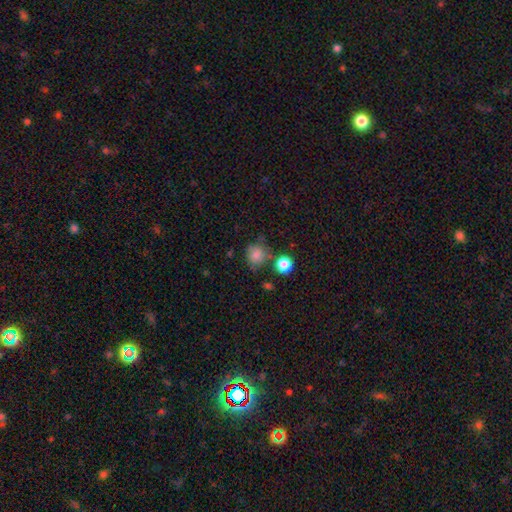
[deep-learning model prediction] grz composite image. It shows a smooth galaxy with no disk features (81%) that is round (86%). Merging: none (68%).